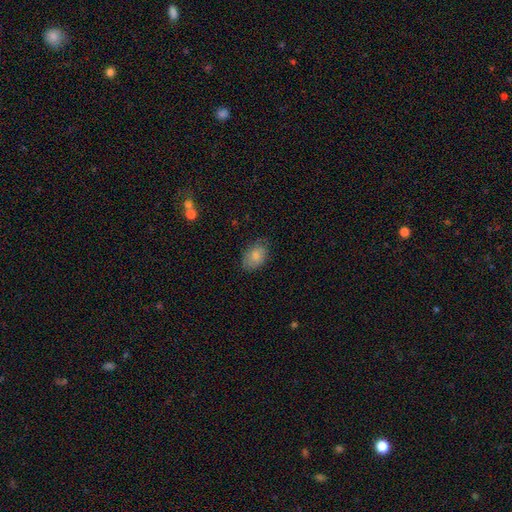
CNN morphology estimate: Smooth or featured? smooth (81%)
How rounded? in between (84%)
Merging? none (72%)